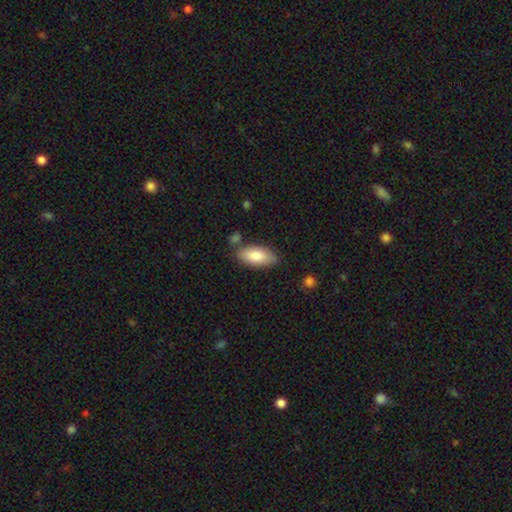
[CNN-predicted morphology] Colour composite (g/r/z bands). It shows a smooth galaxy with no disk features (82%) that is in between round and cigar-shaped (87%). Merging: none (76%).